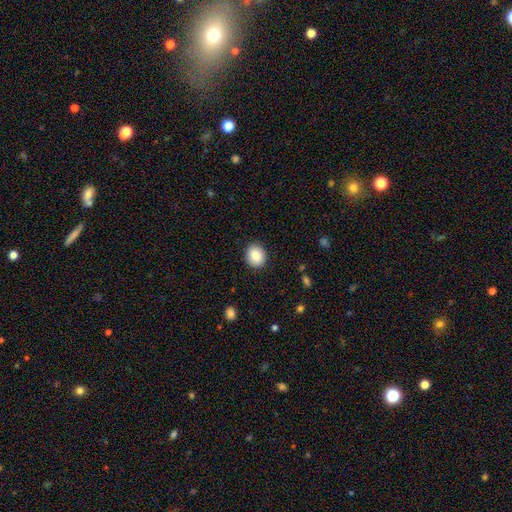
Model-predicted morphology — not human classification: type=smooth (87%); roundness=round (68%); merging=none (90%).